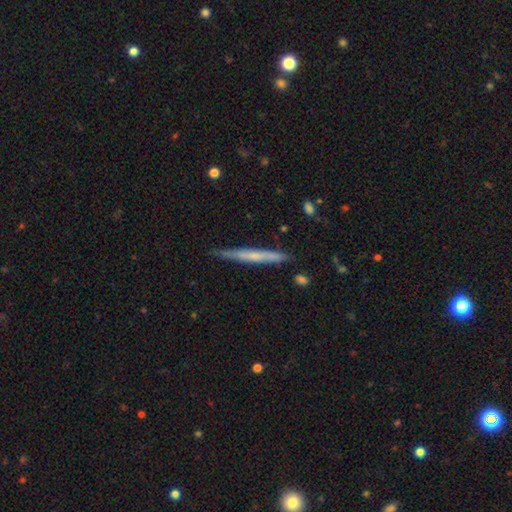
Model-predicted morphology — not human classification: Smooth or featured: smooth — 48% (featured or disk — 46%)
Merging: none — 84% (minor disturbance — 12%)